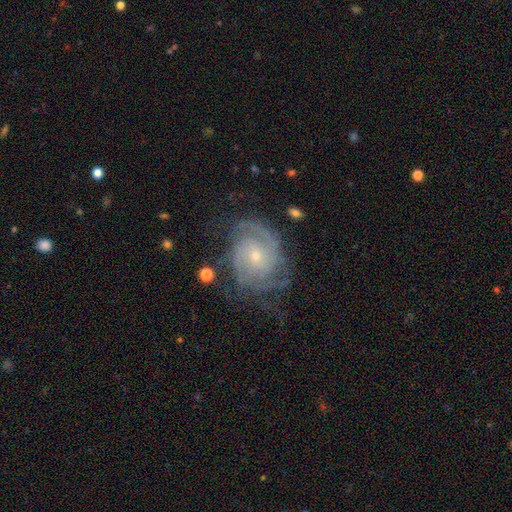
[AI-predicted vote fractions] smooth_or_featured: featured or disk (p=0.88) [alt: smooth p=0.06]
disk_edge_on: no (p=0.98) [alt: yes p=0.02]
bar: no (p=0.70) [alt: weak p=0.25]
has_spiral_arms: yes (p=0.97) [alt: no p=0.03]
spiral_winding: tight (p=0.64) [alt: medium p=0.30]
spiral_arm_count: 2 (p=0.30) [alt: 3 p=0.26]
bulge_size: small (p=0.72) [alt: moderate p=0.25]
merging: none (p=0.65) [alt: minor disturbance p=0.20]